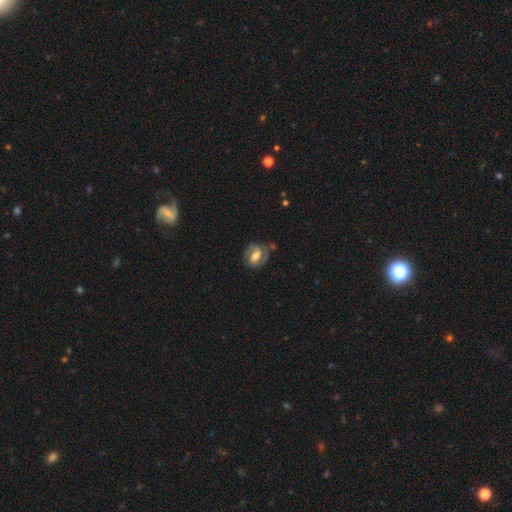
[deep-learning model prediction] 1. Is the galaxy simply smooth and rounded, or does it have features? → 56% featured or disk, 37% smooth, 7% star or artifact.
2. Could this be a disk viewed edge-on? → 95% no, 5% yes.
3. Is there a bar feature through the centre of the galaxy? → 42% weak, 30% no, 28% strong.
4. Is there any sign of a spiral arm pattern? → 71% yes, 29% no.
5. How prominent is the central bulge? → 57% moderate, 25% large, 13% small, 2% none, 2% dominant.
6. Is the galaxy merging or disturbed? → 58% none, 24% minor disturbance, 12% major disturbance, 7% merger.